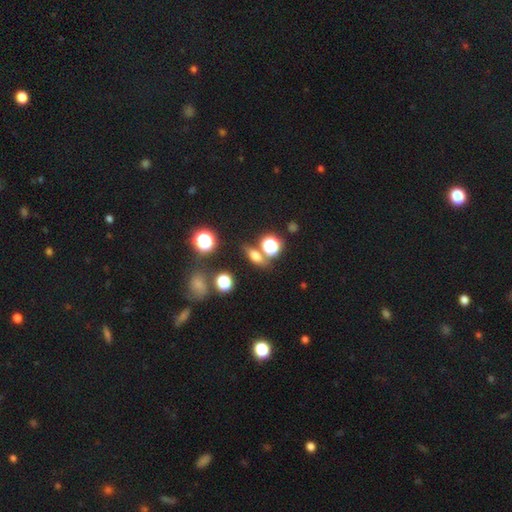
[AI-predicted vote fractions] Smooth or featured? smooth (62%)
How rounded? in between (55%)
Merging? none (70%)